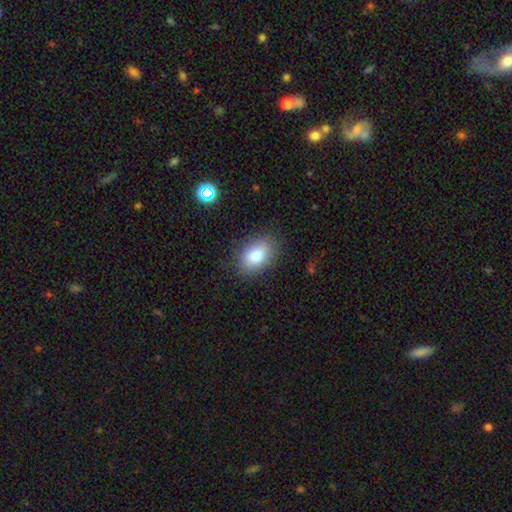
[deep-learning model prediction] A smooth galaxy with no disk features (83%) that is in between round and cigar-shaped (87%). Merging: none (83%).